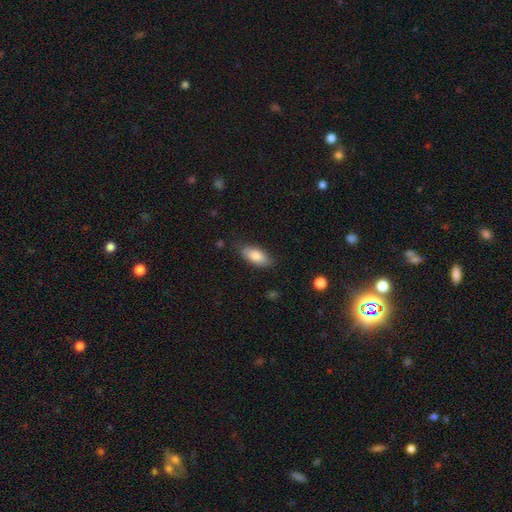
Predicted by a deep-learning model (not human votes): This appears to be a smooth galaxy with no disk features (81%) that is in between round and cigar-shaped (86%). Merging: none (81%).